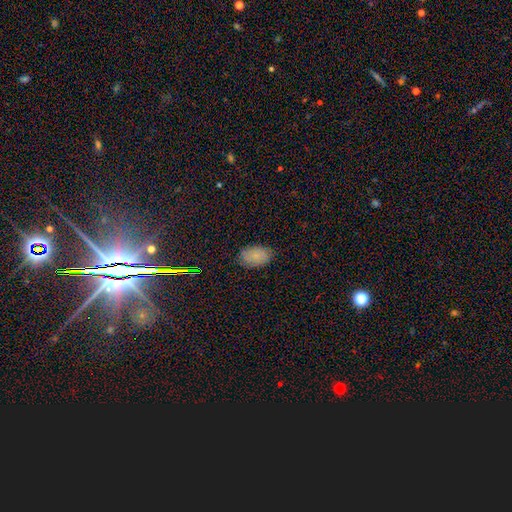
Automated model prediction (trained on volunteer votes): smooth_or_featured: smooth (p=0.69) [alt: featured or disk p=0.17]
how_rounded: in between (p=0.89) [alt: round p=0.09]
merging: none (p=0.81) [alt: minor disturbance p=0.15]